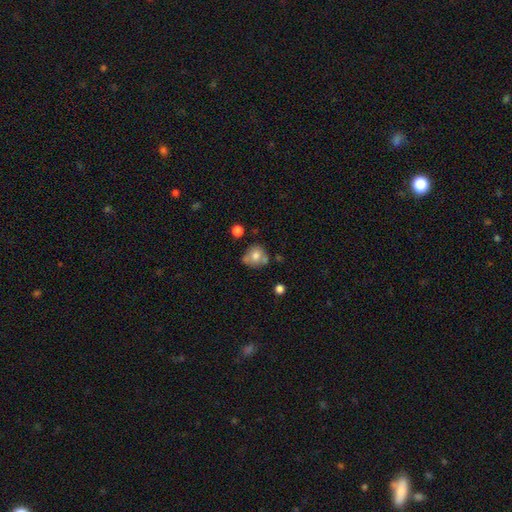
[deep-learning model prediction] Smooth or featured? Predicted: smooth (p=0.69). How rounded? Predicted: round (p=0.73). Merging? Predicted: none (p=0.51).